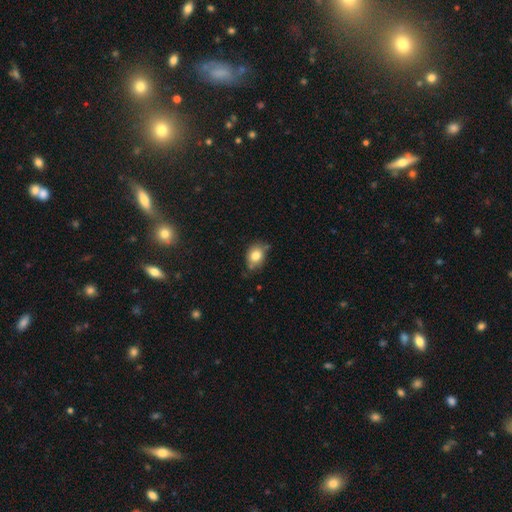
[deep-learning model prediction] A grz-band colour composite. It shows a smooth galaxy with no disk features (80%) that is in between round and cigar-shaped (60%). Merging: none (63%).